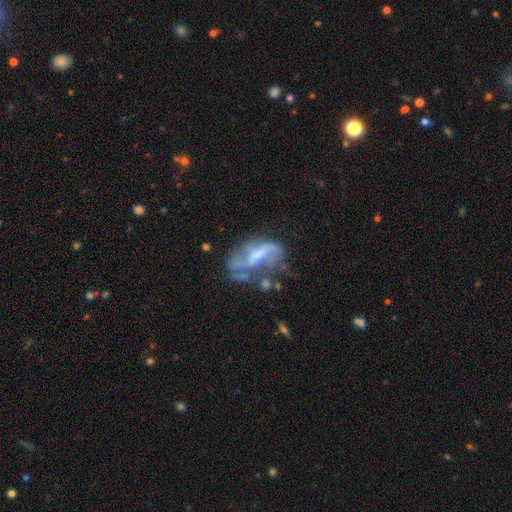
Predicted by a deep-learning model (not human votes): Overall: featured or disk (70%). Edge-on disk: no (95%). Bar: no (41%; weak 38%). Spiral arms: yes (58%; no 42%). Bulge size: small (39%; none 30%). Merging: none (34%; major disturbance 32%).